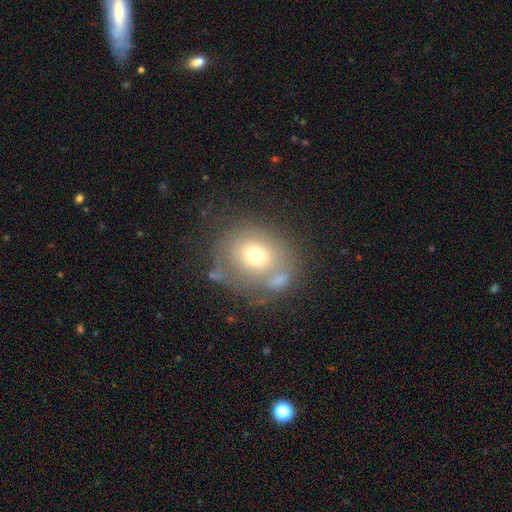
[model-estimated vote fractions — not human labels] This appears to be a smooth galaxy with no disk features (57%) that is round (76%). Merging: none (52%).